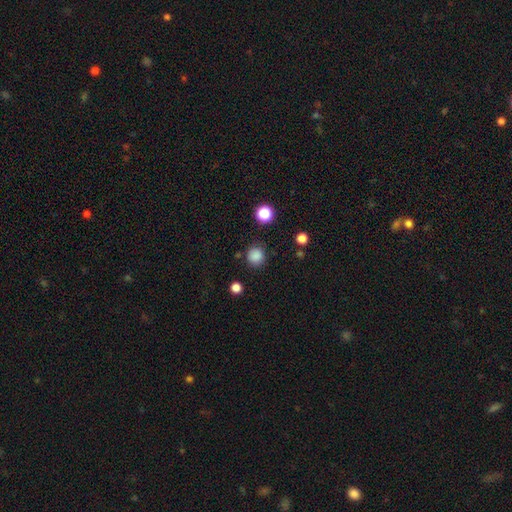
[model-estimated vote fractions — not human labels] Smooth or featured? smooth (84%)
How rounded? round (91%)
Merging? none (85%)